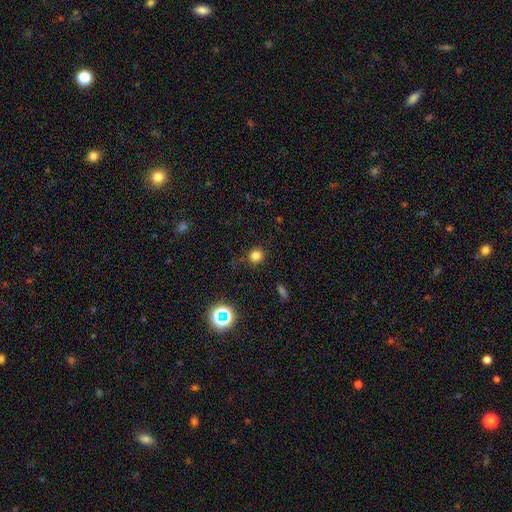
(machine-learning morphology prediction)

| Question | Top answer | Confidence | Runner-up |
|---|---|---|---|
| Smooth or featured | smooth | 79% | star or artifact (17%) |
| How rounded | round | 88% | in between (11%) |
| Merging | none | 85% | minor disturbance (10%) |